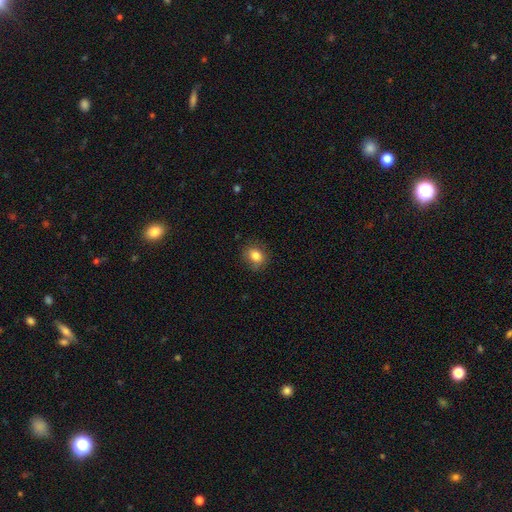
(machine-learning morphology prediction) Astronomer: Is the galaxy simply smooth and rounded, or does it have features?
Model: smooth — 83%.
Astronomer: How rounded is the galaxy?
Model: round — 57% (runner-up: in between, 42%).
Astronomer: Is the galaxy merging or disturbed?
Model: none — 83%.